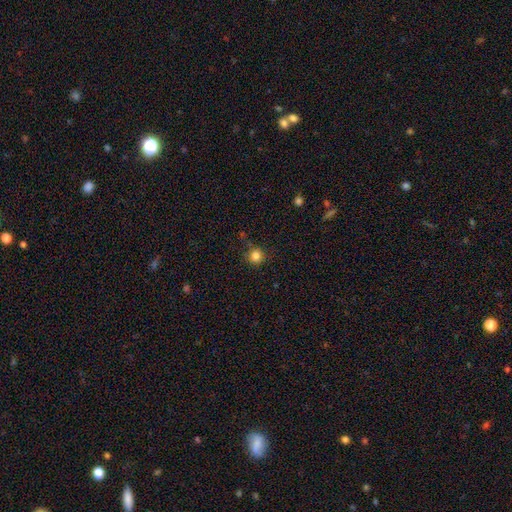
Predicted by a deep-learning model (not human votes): This appears to be a smooth galaxy with no disk features (83%) that is round (93%). Merging: none (82%).